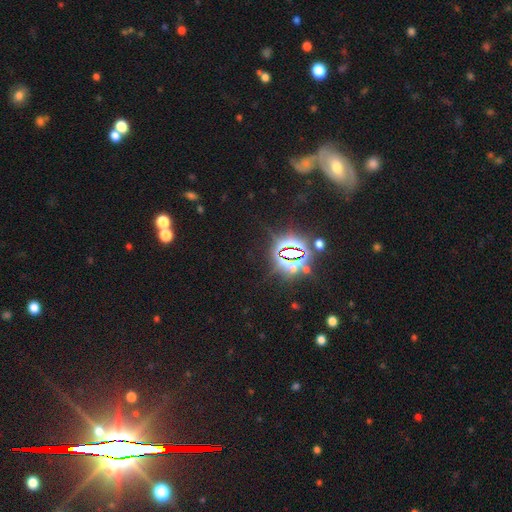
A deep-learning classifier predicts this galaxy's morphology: Q: Smooth or featured?
A: star or artifact (76%); runner-up: smooth (13%)